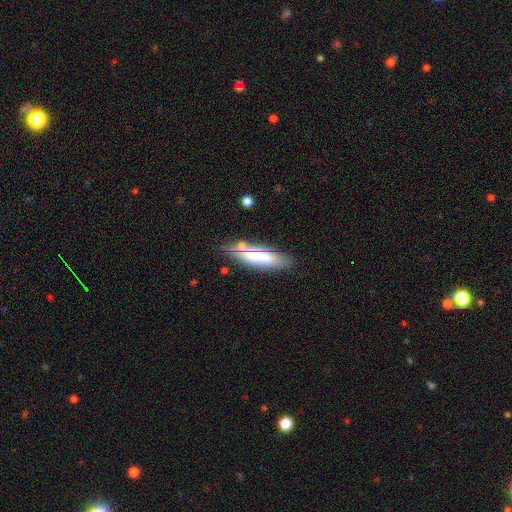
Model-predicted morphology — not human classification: Smooth or featured: smooth — 56% (featured or disk — 35%)
How rounded: cigar-shaped — 63% (in between — 35%)
Merging: none — 69% (minor disturbance — 17%)